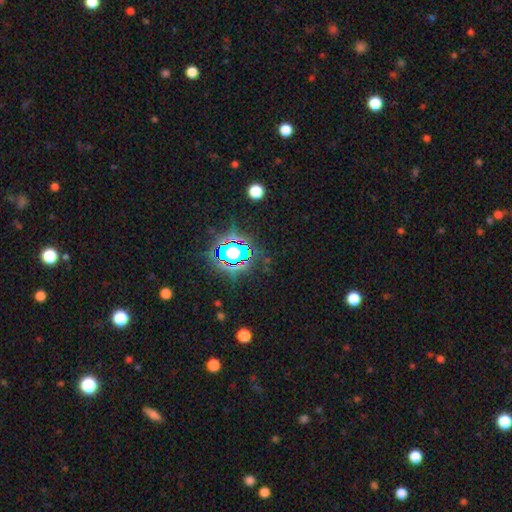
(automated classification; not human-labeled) smooth_or_featured: star or artifact (p=0.82) [alt: smooth p=0.11]